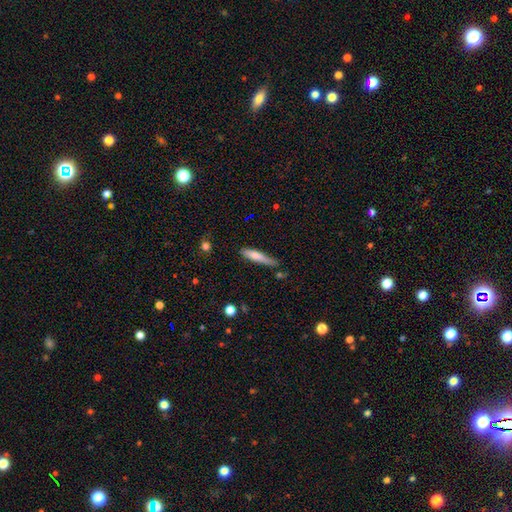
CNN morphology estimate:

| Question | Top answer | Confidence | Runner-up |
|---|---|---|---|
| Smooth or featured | smooth | 72% | featured or disk (21%) |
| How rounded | cigar-shaped | 86% | in between (12%) |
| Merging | none | 53% | minor disturbance (33%) |